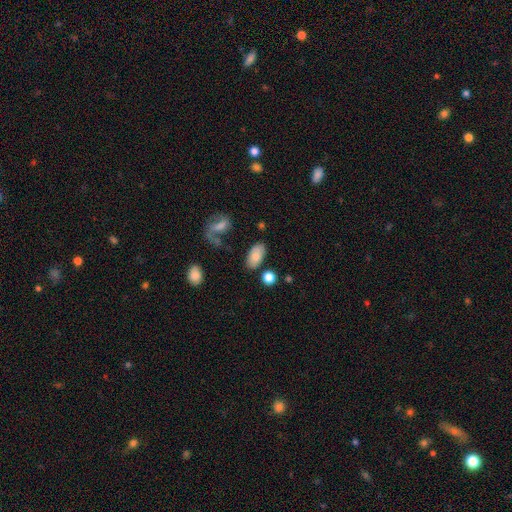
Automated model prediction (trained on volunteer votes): Smooth or featured?
  - smooth: 79% *
  - featured or disk: 13%
  - star or artifact: 8%
How rounded?
  - in between: 93% *
  - round: 4%
  - cigar-shaped: 3%
Merging?
  - none: 77% *
  - minor disturbance: 13%
  - merger: 5%
  - major disturbance: 4%